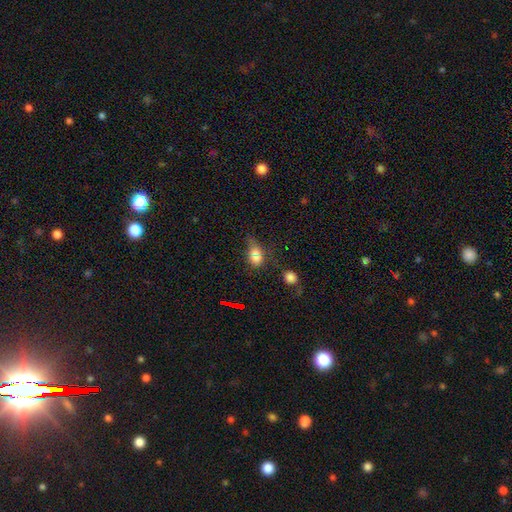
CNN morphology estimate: Smooth or featured: smooth — 67% (star or artifact — 19%)
How rounded: in between — 59% (round — 36%)
Merging: none — 39% (merger — 27%)